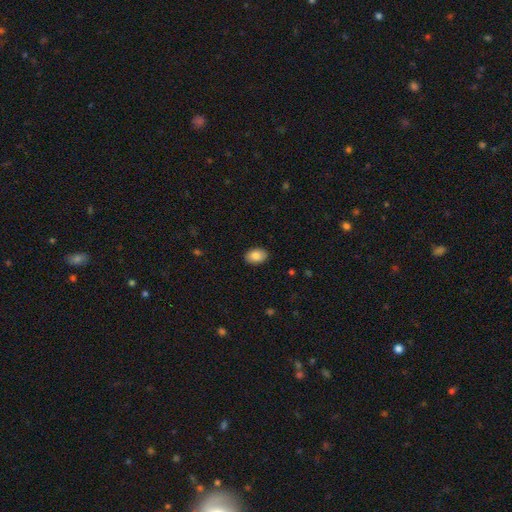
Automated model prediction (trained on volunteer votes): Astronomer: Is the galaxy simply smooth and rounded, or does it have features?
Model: smooth — 85%.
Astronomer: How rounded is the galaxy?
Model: in between — 83%.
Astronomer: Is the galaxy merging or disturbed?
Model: none — 89%.